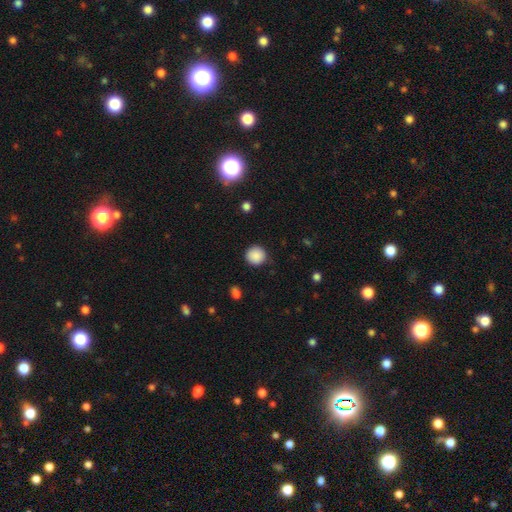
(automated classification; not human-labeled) This is clearly a smooth galaxy (88%). How rounded: clearly round (94%). Merging: clearly none (89%).